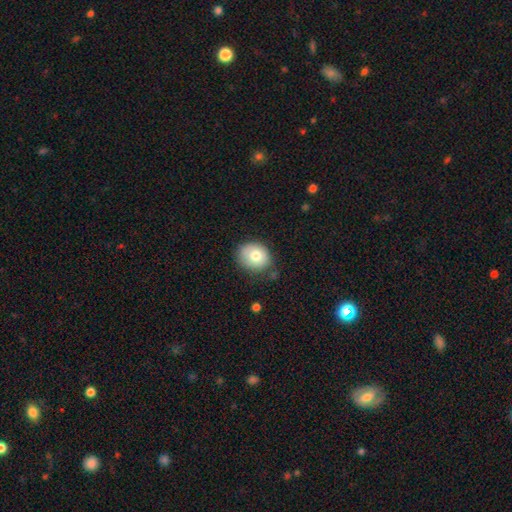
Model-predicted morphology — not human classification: Q: Smooth or featured?
A: smooth (77%); runner-up: featured or disk (14%)
Q: How rounded?
A: round (67%); runner-up: in between (33%)
Q: Merging?
A: none (71%); runner-up: minor disturbance (21%)